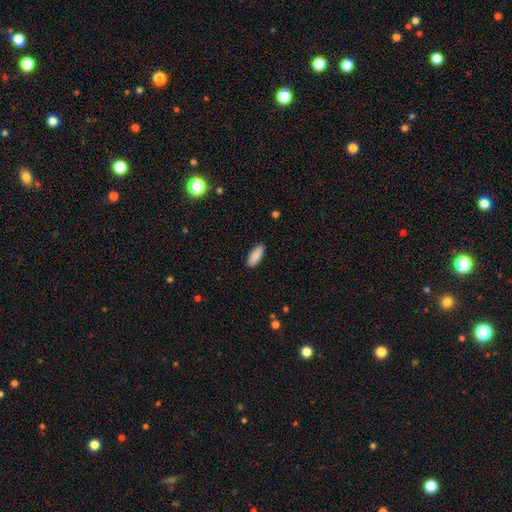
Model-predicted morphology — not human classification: Smooth or featured?
  - smooth: 90% *
  - star or artifact: 6%
  - featured or disk: 4%
How rounded?
  - in between: 76% *
  - cigar-shaped: 22%
  - round: 2%
Merging?
  - none: 89% *
  - minor disturbance: 8%
  - major disturbance: 2%
  - merger: 1%